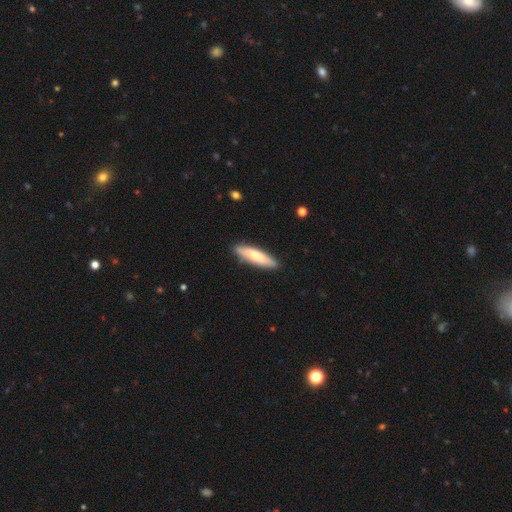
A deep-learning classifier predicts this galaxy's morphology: The model was most divided on "how rounded": cigar-shaped: 74%, in between: 25%, round: 1%. More confident: merging — none (87%); smooth or featured — smooth (72%).